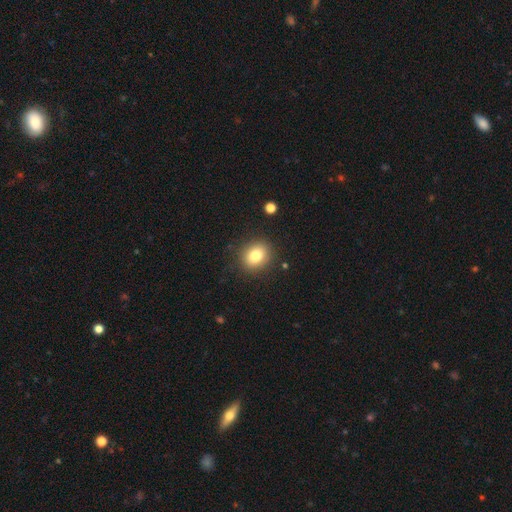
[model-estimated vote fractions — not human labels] Smooth or featured: smooth — 81% (star or artifact — 11%)
How rounded: round — 62% (in between — 37%)
Merging: none — 87% (minor disturbance — 8%)